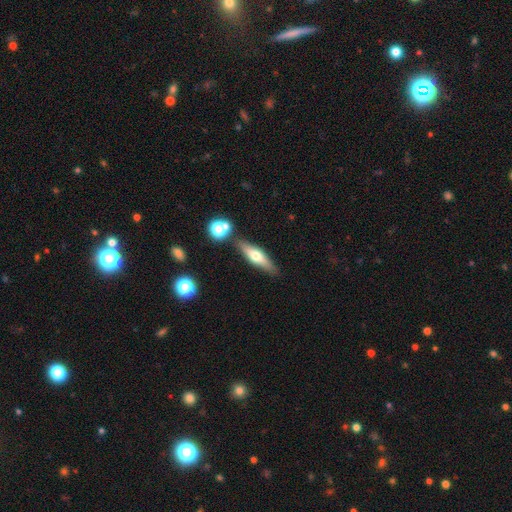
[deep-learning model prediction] Overall: smooth (47%; featured or disk 45%). Merging: none (80%).